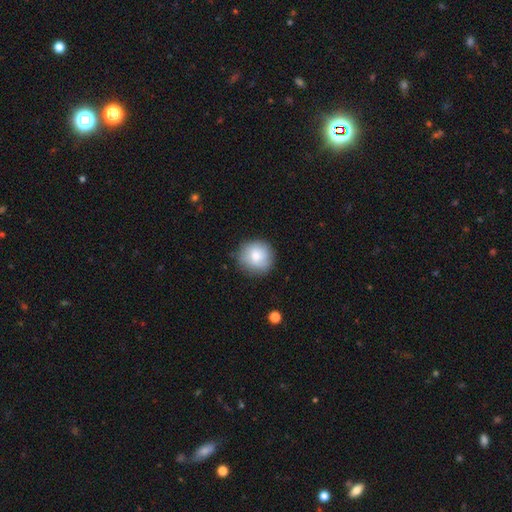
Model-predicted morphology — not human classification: This is likely a smooth galaxy (77%). How rounded: clearly round (92%). Merging: clearly none (81%).